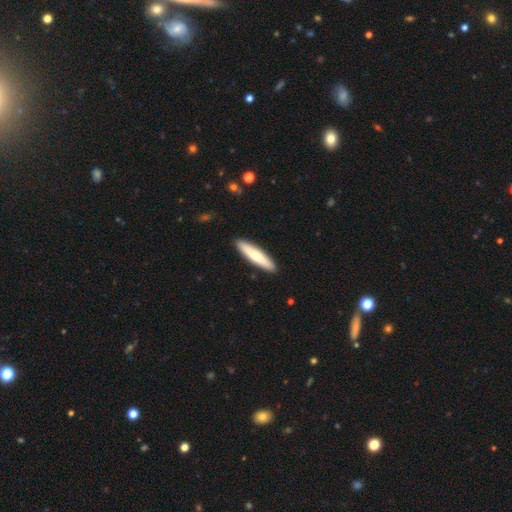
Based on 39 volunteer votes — smooth-or-featured: smooth: 64% | featured or disk: 28% | star or artifact: 8%
  how-rounded: cigar-shaped: 88% | in between: 8% | round: 4%
  merging: none: 92% | minor disturbance: 3% | major disturbance: 3% | merger: 3%